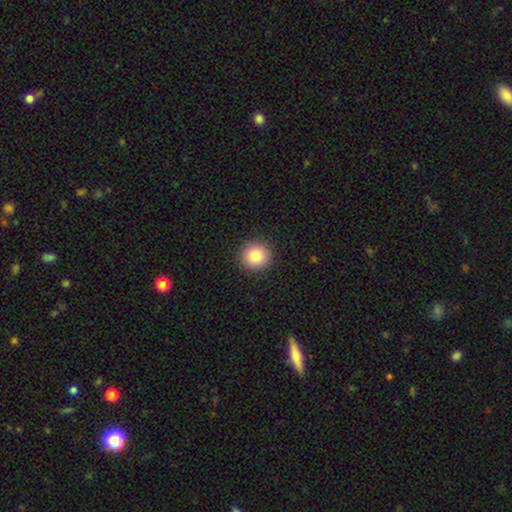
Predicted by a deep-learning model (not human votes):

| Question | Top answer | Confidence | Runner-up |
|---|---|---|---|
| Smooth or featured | smooth | 83% | star or artifact (10%) |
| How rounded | round | 94% | in between (5%) |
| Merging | none | 92% | minor disturbance (5%) |